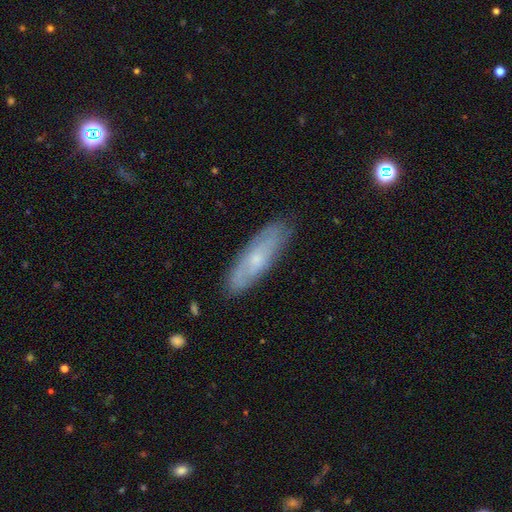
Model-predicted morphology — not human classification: Smooth or featured? featured or disk (46%)
Merging? none (86%)